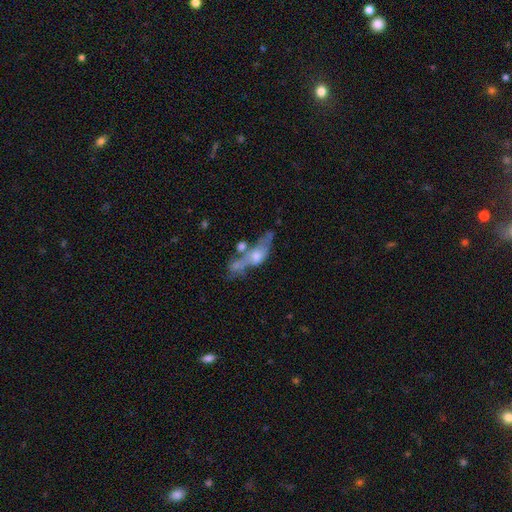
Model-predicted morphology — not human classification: This appears to be a featured or disk galaxy (53%). Merging: merger (41%).